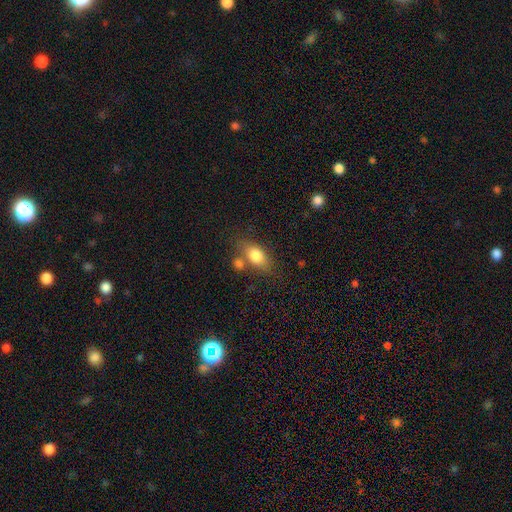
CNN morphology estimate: This is clearly a smooth galaxy (81%). How rounded: clearly in between (83%). Merging: likely none (61%).